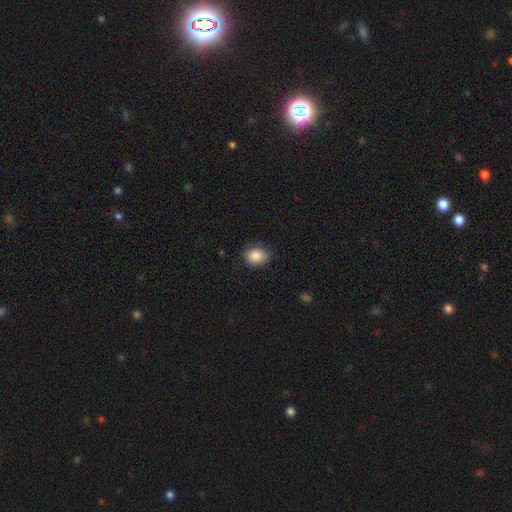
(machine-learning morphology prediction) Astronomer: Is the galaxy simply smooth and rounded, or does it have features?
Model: smooth — 86%.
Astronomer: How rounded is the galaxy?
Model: round — 55% (runner-up: in between, 44%).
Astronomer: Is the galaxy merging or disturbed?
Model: none — 76%.